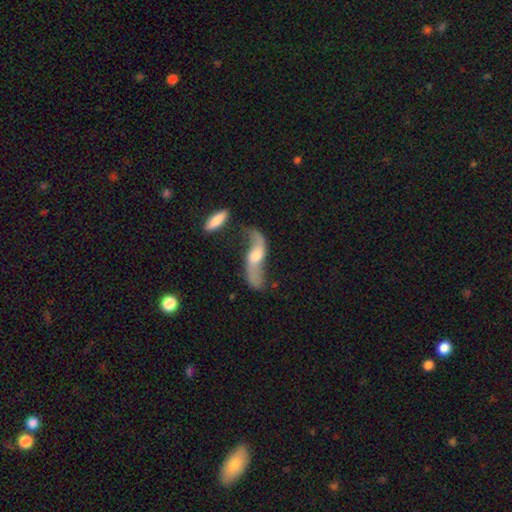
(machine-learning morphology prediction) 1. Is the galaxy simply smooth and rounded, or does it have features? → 80% featured or disk, 14% smooth, 6% star or artifact.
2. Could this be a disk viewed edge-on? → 82% no, 18% yes.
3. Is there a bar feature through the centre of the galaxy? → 45% no, 40% weak, 15% strong.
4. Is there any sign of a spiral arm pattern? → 92% yes, 8% no.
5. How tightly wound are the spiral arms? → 91% loose, 7% medium, 2% tight.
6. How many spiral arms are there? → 92% 2, 3% 1, 2% can't tell, 1% 3, 1% 4, 1% more than 4.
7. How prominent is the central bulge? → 47% moderate, 20% small, 20% large, 10% none, 3% dominant.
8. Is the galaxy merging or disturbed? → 54% none, 19% minor disturbance, 14% major disturbance, 12% merger.